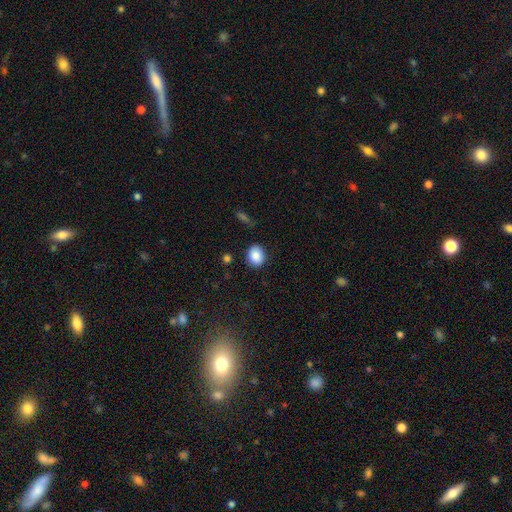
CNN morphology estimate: Q: Smooth or featured?
A: smooth (86%); runner-up: star or artifact (8%)
Q: How rounded?
A: round (59%); runner-up: in between (40%)
Q: Merging?
A: none (87%); runner-up: minor disturbance (9%)